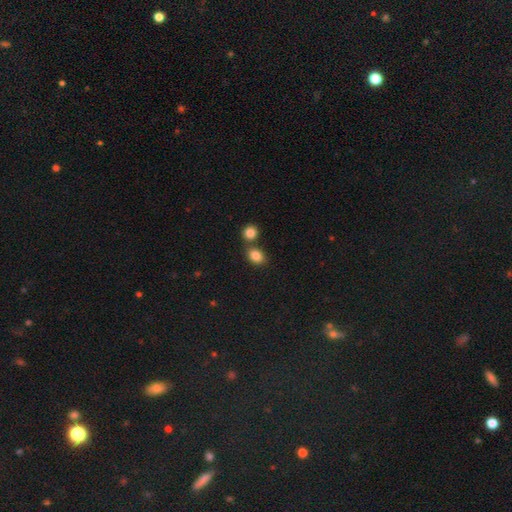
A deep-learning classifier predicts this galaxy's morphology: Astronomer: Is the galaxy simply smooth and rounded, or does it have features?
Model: smooth — 85%.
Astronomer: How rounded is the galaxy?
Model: in between — 63%.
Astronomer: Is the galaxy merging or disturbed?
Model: none — 59%.